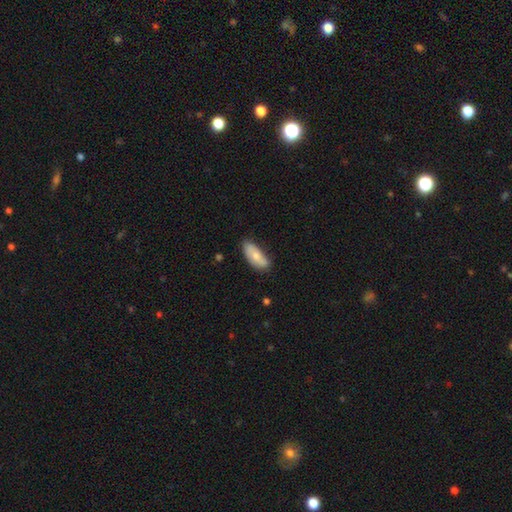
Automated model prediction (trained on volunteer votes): Overall: smooth (67%). How rounded: in between (81%). Merging: none (64%; minor disturbance 29%).